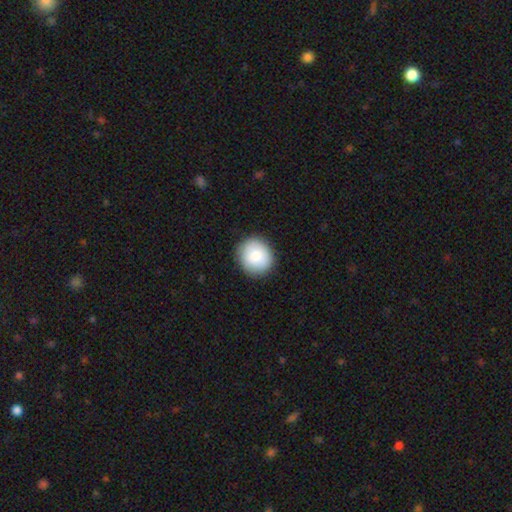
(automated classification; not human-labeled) Q: Smooth or featured?
A: smooth (83%); runner-up: featured or disk (10%)
Q: How rounded?
A: round (86%); runner-up: in between (13%)
Q: Merging?
A: none (89%); runner-up: minor disturbance (8%)